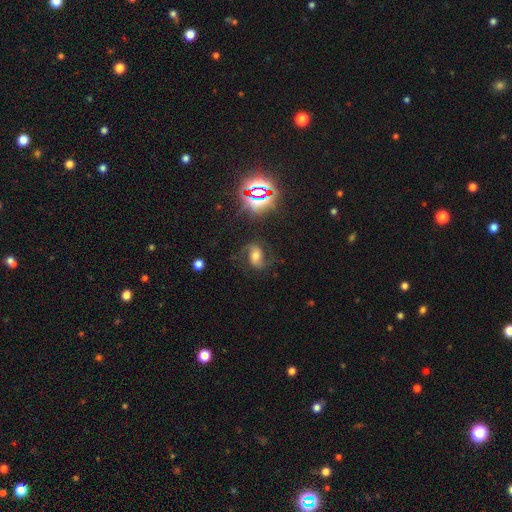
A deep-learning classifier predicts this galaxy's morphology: Q: Smooth or featured?
A: featured or disk (60%); runner-up: smooth (20%)
Q: Edge-on disk?
A: no (96%); runner-up: yes (4%)
Q: Bar?
A: no (41%); runner-up: weak (35%)
Q: Spiral arms?
A: yes (90%); runner-up: no (10%)
Q: Spiral winding?
A: loose (48%); runner-up: medium (41%)
Q: Spiral arm count?
A: 2 (88%); runner-up: can't tell (5%)
Q: Bulge size?
A: moderate (58%); runner-up: small (18%)
Q: Merging?
A: none (69%); runner-up: minor disturbance (16%)